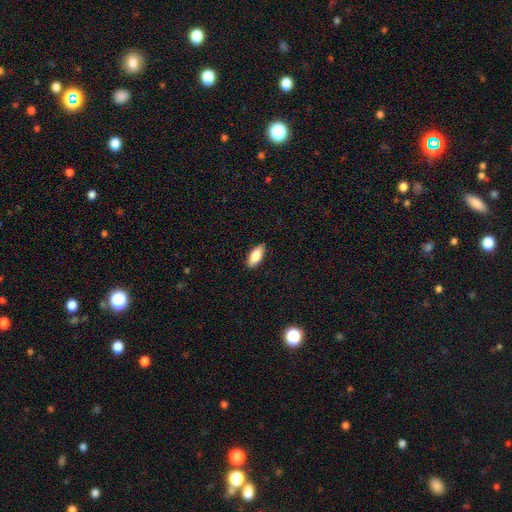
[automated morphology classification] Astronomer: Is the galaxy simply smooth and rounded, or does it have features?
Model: smooth — 85%.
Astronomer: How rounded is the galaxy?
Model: in between — 89%.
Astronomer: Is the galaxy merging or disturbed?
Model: none — 88%.